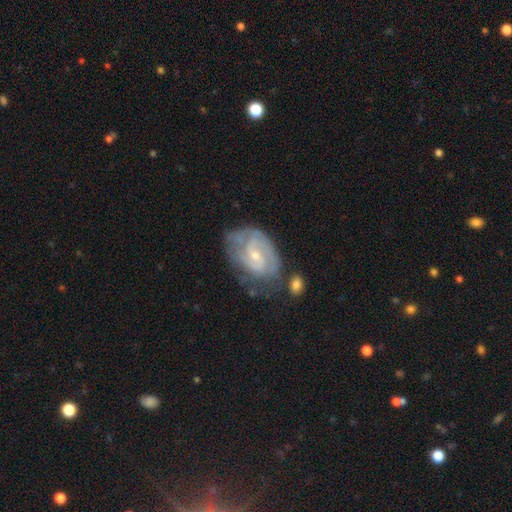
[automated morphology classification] Smooth or featured? featured or disk (84%)
Edge-on disk? no (97%)
Bar? weak (51%)
Spiral arms? yes (94%)
Spiral winding? tight (52%)
Spiral arm count? 2 (55%)
Bulge size? small (66%)
Merging? none (55%)